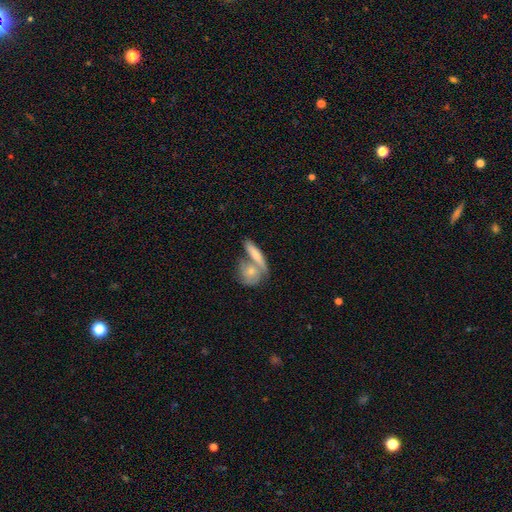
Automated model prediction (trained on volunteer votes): Overall: smooth (63%; featured or disk 31%). How rounded: cigar-shaped (54%; in between 35%). Merging: merger (44%; none 42%).